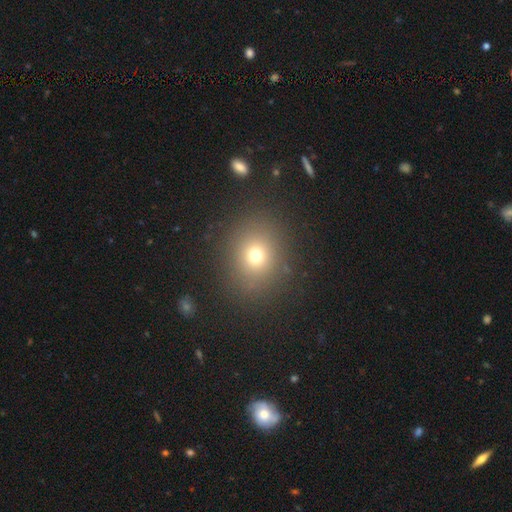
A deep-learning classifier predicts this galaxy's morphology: Smooth or featured? Predicted: smooth (p=0.70). How rounded? Predicted: round (p=0.73). Merging? Predicted: none (p=0.86).